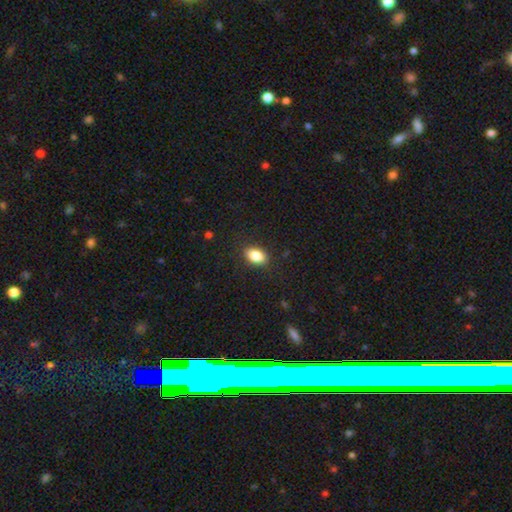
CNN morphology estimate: type=smooth (87%); roundness=in between (87%); merging=none (87%).